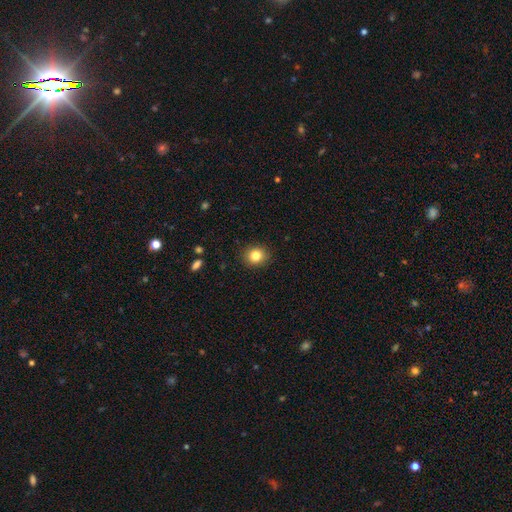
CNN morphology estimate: smooth_or_featured: smooth (p=0.83) [alt: star or artifact p=0.10]
how_rounded: round (p=0.80) [alt: in between p=0.19]
merging: none (p=0.91) [alt: minor disturbance p=0.06]